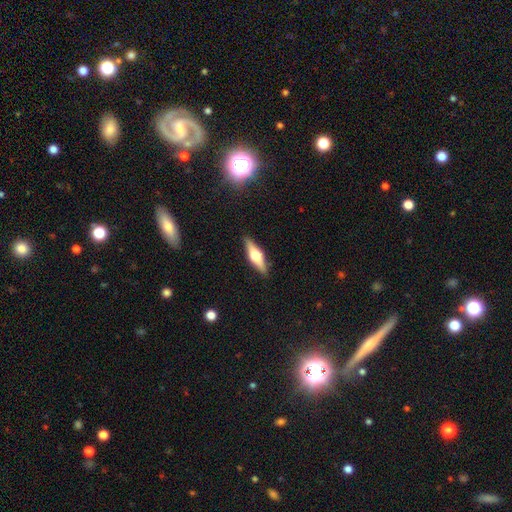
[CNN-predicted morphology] A featured or disk galaxy (57%) viewed edge-on (94%) with a rounded central bulge (94%). Merging: none (89%).